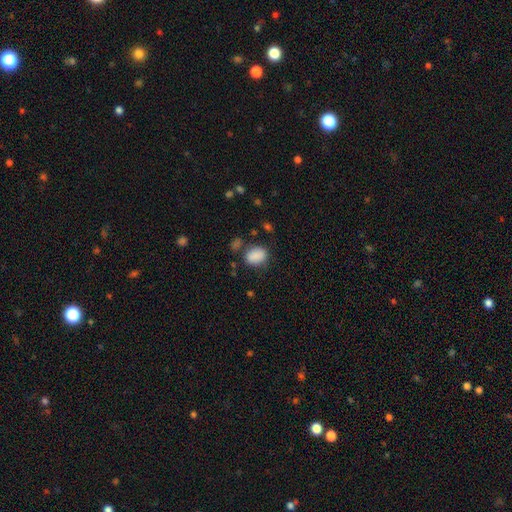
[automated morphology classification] A smooth galaxy with no disk features (87%) that is in between round and cigar-shaped (75%).

Vote fractions:
- Smooth or featured? smooth: 87% / star or artifact: 9% / featured or disk: 4%
- How rounded? in between: 75% / round: 24% / cigar-shaped: 1%
- Merging? none: 72% / minor disturbance: 16% / merger: 6% / major disturbance: 6%